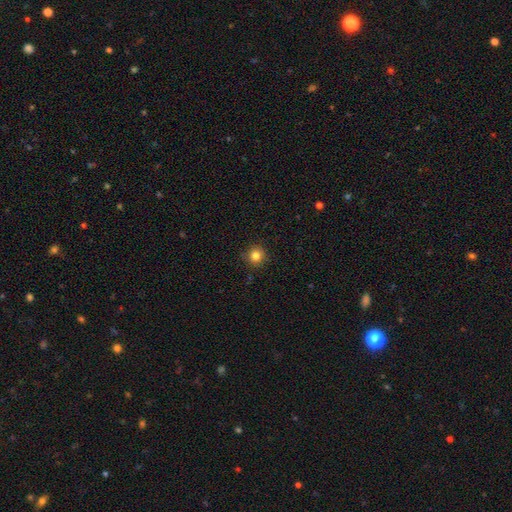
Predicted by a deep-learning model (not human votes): Smooth or featured? smooth (83%)
How rounded? round (93%)
Merging? none (89%)